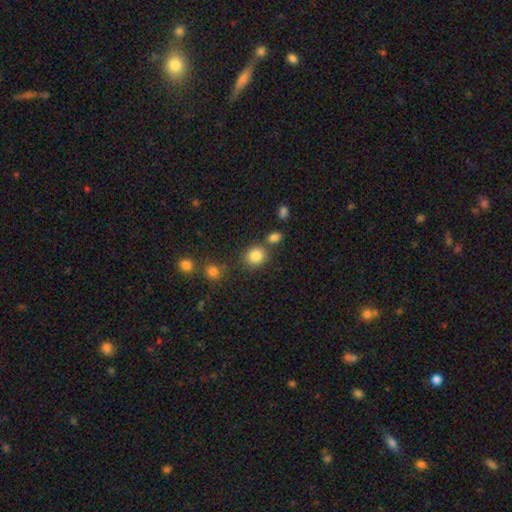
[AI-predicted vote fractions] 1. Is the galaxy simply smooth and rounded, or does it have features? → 84% smooth, 11% star or artifact, 5% featured or disk.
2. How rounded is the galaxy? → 80% round, 19% in between, 1% cigar-shaped.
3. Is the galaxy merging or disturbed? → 73% none, 13% merger, 10% minor disturbance, 4% major disturbance.